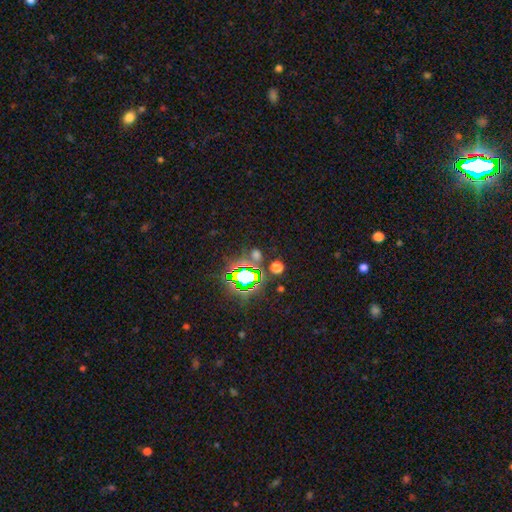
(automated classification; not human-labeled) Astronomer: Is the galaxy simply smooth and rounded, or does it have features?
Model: star or artifact — 55% (runner-up: smooth, 36%).